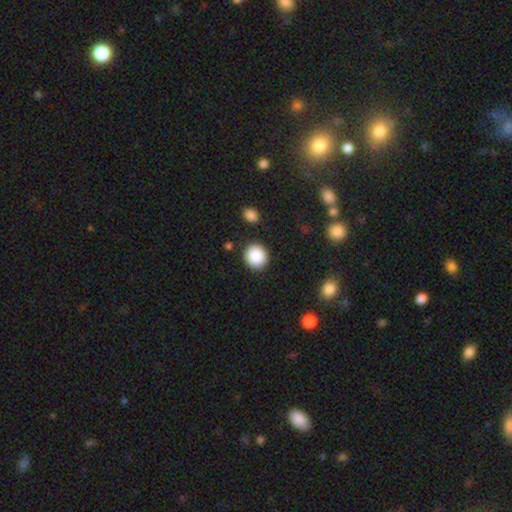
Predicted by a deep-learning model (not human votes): Smooth or featured? smooth (88%)
How rounded? round (87%)
Merging? none (89%)